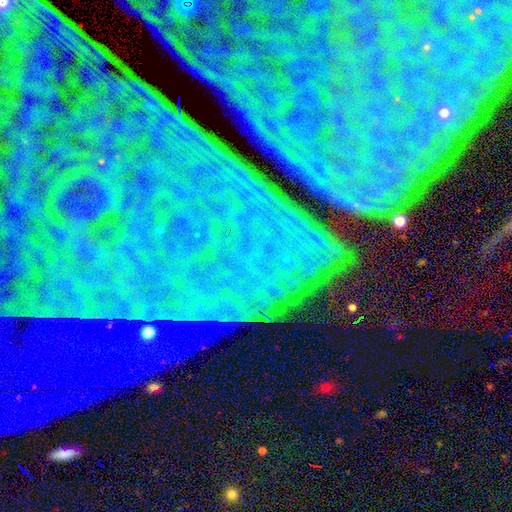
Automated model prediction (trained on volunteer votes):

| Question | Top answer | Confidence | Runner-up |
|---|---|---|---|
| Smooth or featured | star or artifact | 85% | featured or disk (9%) |